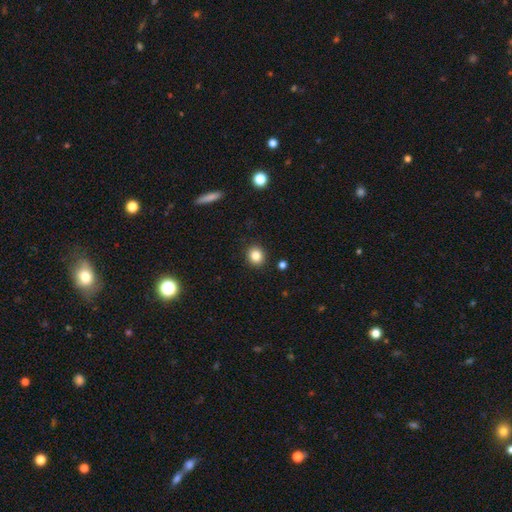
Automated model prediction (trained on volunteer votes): The model was most divided on "how rounded": round: 78%, in between: 21%, cigar-shaped: 1%. More confident: merging — none (90%); smooth or featured — smooth (84%).